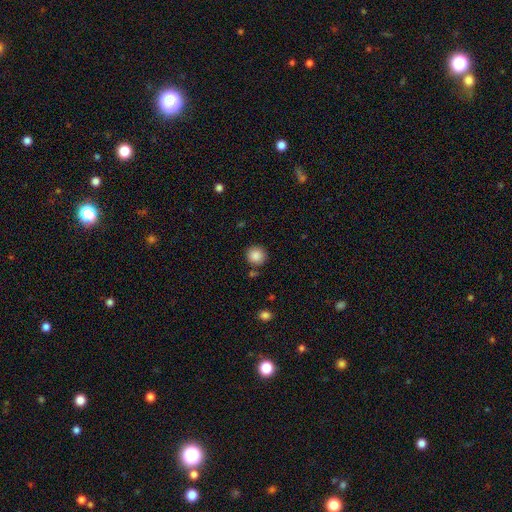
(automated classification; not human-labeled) This appears to be a smooth galaxy with no disk features (87%) that is round (93%). Merging: none (84%).